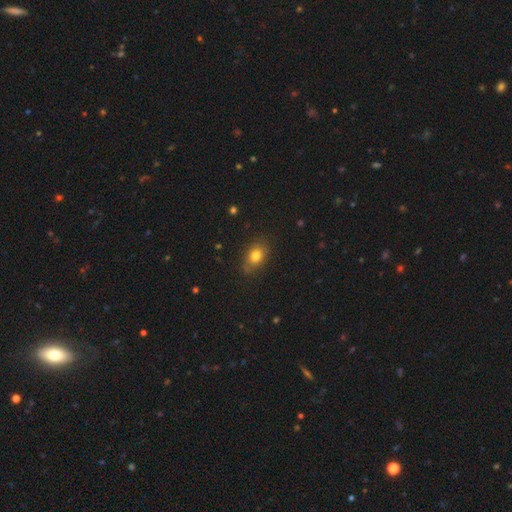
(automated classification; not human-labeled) This is likely a smooth galaxy (78%). How rounded: likely in between (71%). Merging: likely none (79%).